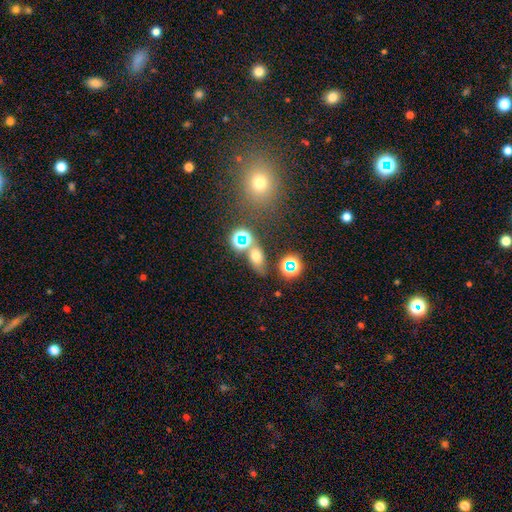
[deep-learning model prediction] This is likely a smooth galaxy (60%). How rounded: likely in between (70%). Merging: likely none (65%).